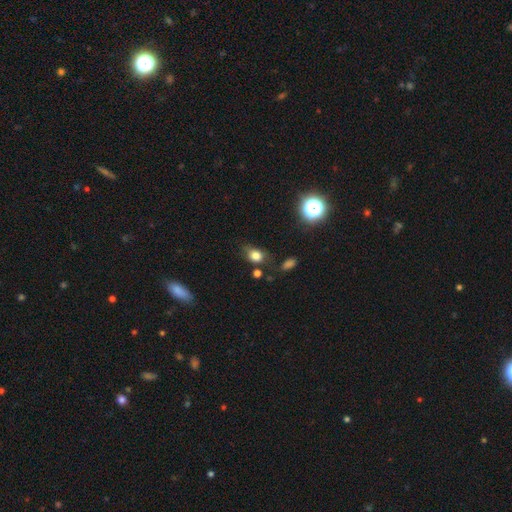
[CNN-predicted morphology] smooth 77%, star or artifact 13%, featured or disk 9%. Down the decision tree: how rounded — in between (59%); merging — none (58%).